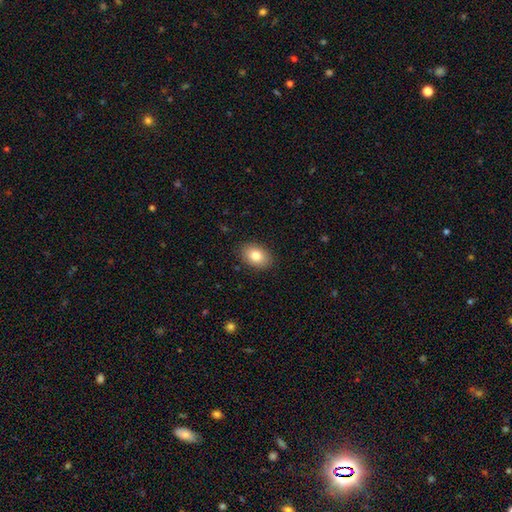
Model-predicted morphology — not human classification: Overall: smooth (82%). How rounded: in between (82%). Merging: none (88%).